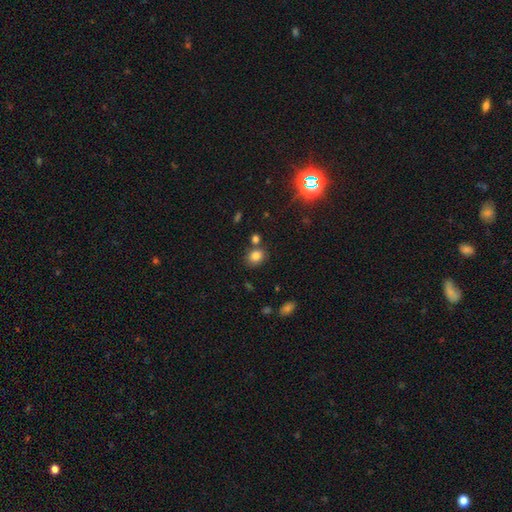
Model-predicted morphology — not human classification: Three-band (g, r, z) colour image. It shows a smooth galaxy with no disk features (81%) that is round (59%). Merging: none (72%).